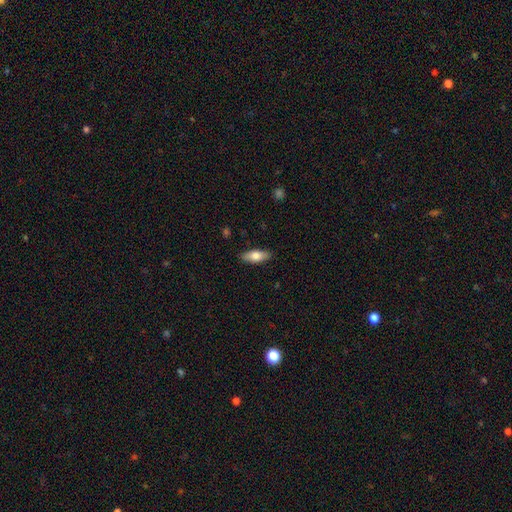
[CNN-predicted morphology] A smooth galaxy with no disk features (76%) that is in between round and cigar-shaped (77%).

Vote fractions:
- Smooth or featured? smooth: 76% / featured or disk: 18% / star or artifact: 6%
- How rounded? in between: 77% / cigar-shaped: 20% / round: 2%
- Merging? none: 88% / minor disturbance: 9% / major disturbance: 2% / merger: 1%